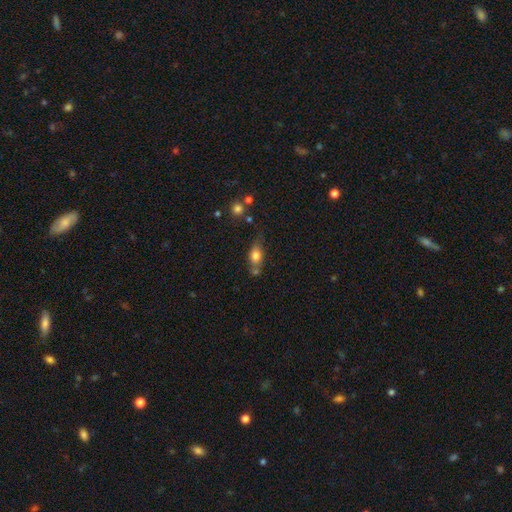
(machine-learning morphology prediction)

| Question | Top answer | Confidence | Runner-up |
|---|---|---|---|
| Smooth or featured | smooth | 75% | featured or disk (15%) |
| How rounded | in between | 73% | round (19%) |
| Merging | none | 46% | minor disturbance (25%) |